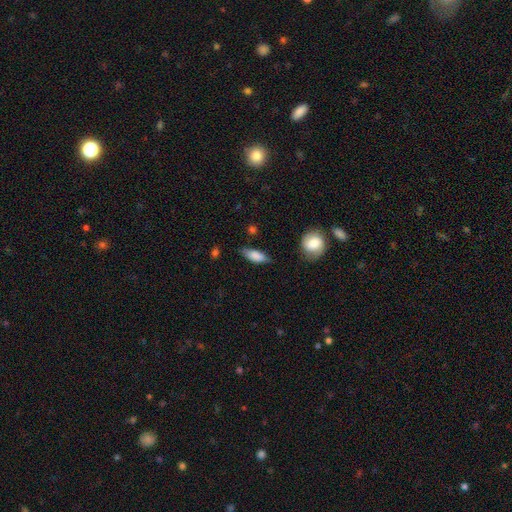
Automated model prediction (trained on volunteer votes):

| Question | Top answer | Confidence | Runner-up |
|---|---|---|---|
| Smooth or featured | smooth | 82% | featured or disk (12%) |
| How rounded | in between | 73% | cigar-shaped (24%) |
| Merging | none | 72% | minor disturbance (21%) |